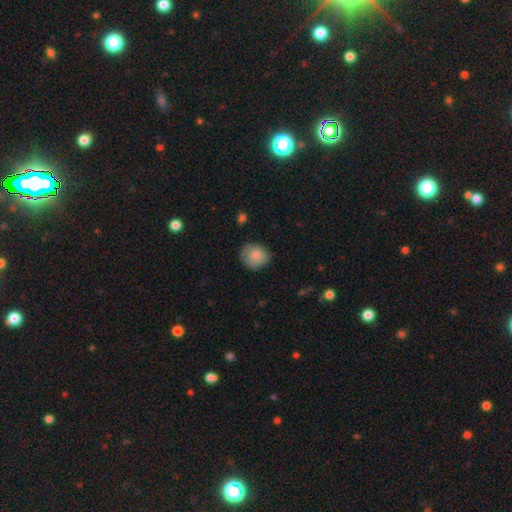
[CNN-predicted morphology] Q: Smooth or featured?
A: smooth (82%); runner-up: featured or disk (11%)
Q: How rounded?
A: round (76%); runner-up: in between (23%)
Q: Merging?
A: none (73%); runner-up: minor disturbance (21%)